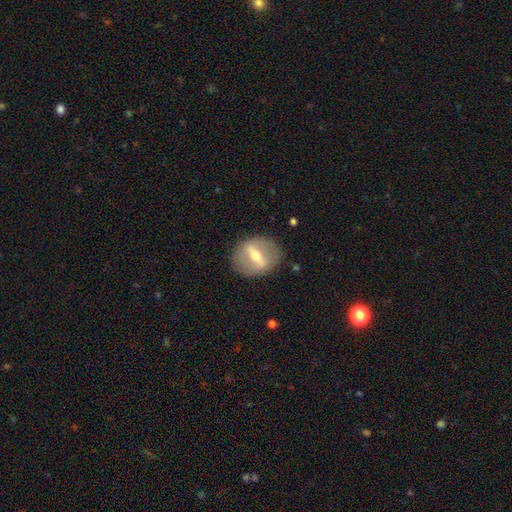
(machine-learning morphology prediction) A featured or disk galaxy (67%) with a strong bar (74%), no spiral arms (87%) and a moderate central bulge (67%).

Vote fractions:
- Smooth or featured? featured or disk: 67% / smooth: 26% / star or artifact: 7%
- Edge-on disk? no: 75% / yes: 25%
- Bar? strong: 74% / weak: 20% / no: 6%
- Spiral arms? no: 87% / yes: 13%
- Bulge size? moderate: 67% / small: 24% / large: 7% / none: 2% / dominant: 1%
- Merging? none: 84% / minor disturbance: 10% / major disturbance: 4% / merger: 1%